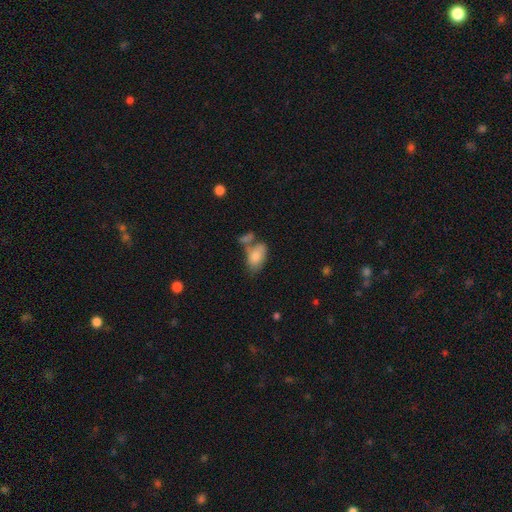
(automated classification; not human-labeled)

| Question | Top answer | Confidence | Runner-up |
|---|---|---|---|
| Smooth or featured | smooth | 78% | featured or disk (14%) |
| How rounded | in between | 92% | round (6%) |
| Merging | none | 44% | merger (28%) |